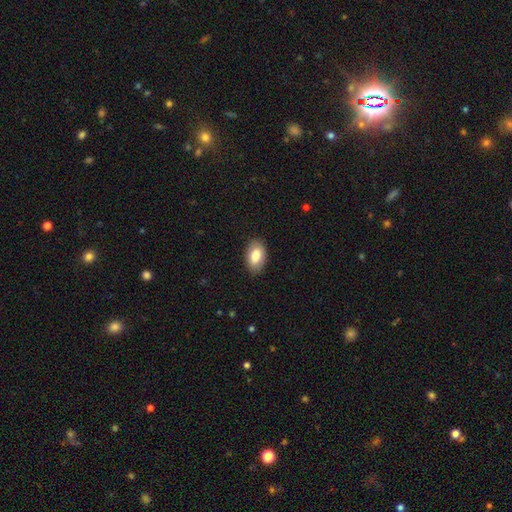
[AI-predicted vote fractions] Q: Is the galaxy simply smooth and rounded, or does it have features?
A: smooth — 82%.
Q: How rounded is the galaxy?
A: in between — 92%.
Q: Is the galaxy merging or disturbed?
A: none — 87%.